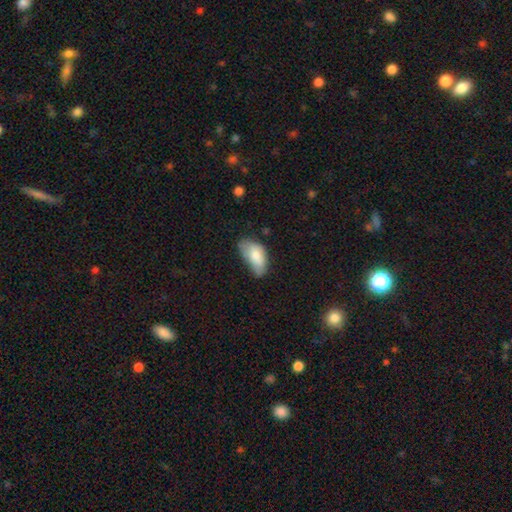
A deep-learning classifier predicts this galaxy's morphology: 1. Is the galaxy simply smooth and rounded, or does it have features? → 76% smooth, 17% featured or disk, 7% star or artifact.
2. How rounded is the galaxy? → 93% in between, 3% round, 3% cigar-shaped.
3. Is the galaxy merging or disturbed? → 43% minor disturbance, 35% none, 17% major disturbance, 5% merger.